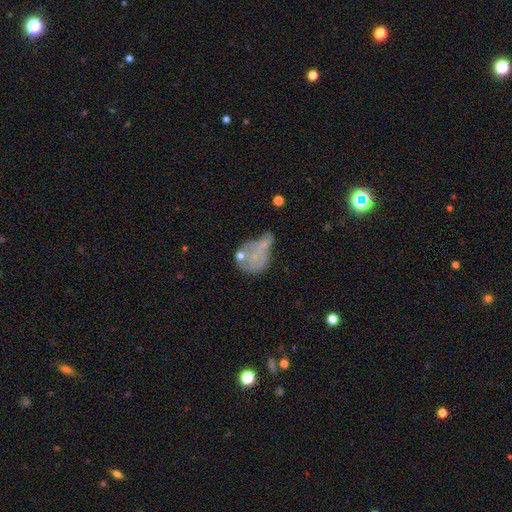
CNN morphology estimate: The model was most divided on "smooth or featured" (2-way tie): smooth: 43%, featured or disk: 43%, star or artifact: 14%. Remaining: merging — major disturbance (31%).